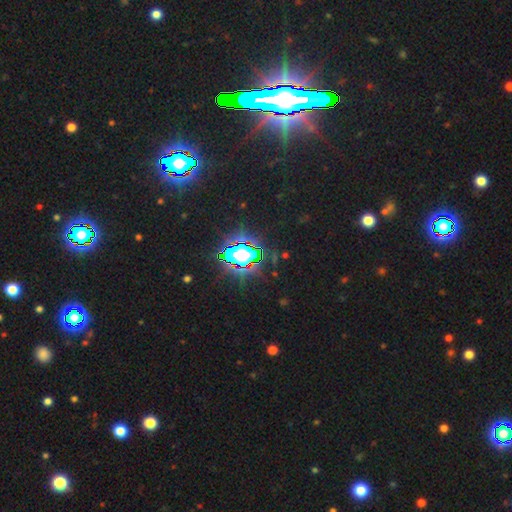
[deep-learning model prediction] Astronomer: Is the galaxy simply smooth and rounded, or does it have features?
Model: star or artifact — 84%.